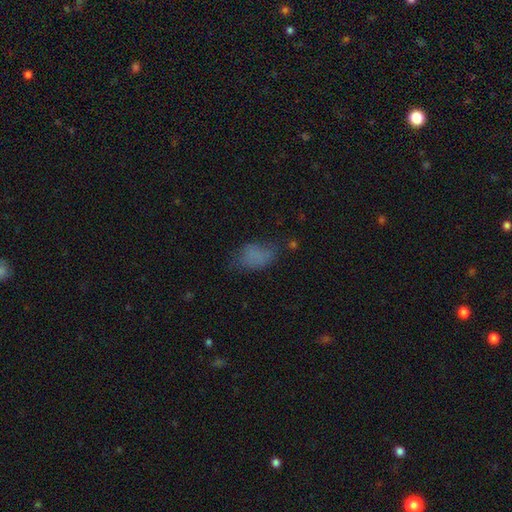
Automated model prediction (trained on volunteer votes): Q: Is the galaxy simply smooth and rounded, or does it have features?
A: smooth — 73%.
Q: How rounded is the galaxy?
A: in between — 89%.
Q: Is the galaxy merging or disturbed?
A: none — 51%.